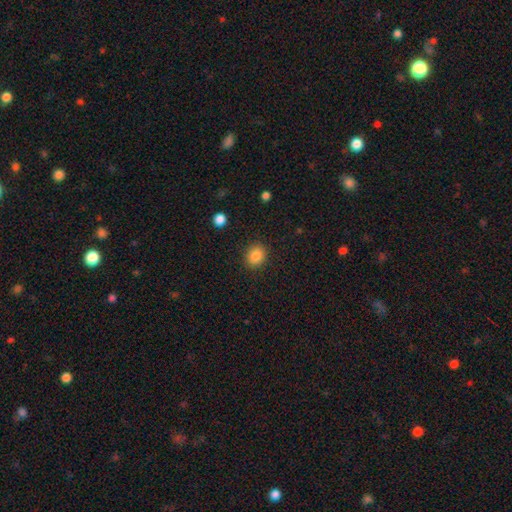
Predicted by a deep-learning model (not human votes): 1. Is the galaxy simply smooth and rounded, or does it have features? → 85% smooth, 10% star or artifact, 5% featured or disk.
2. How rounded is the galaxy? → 63% round, 36% in between, 1% cigar-shaped.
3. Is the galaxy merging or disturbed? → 88% none, 8% minor disturbance, 3% major disturbance, 1% merger.